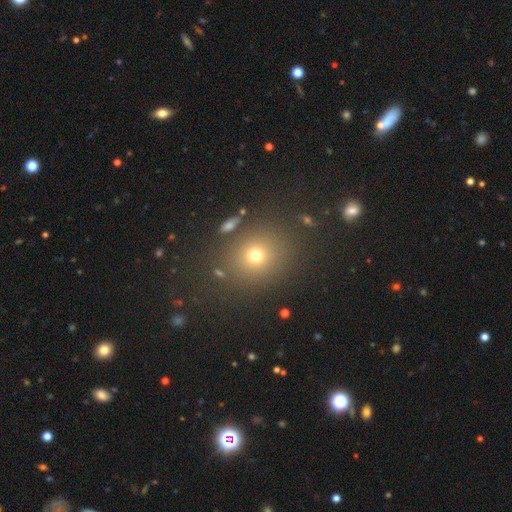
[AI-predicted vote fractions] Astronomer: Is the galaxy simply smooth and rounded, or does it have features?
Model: smooth — 70%.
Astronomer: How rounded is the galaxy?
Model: round — 75%.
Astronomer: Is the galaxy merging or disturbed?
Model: none — 83%.